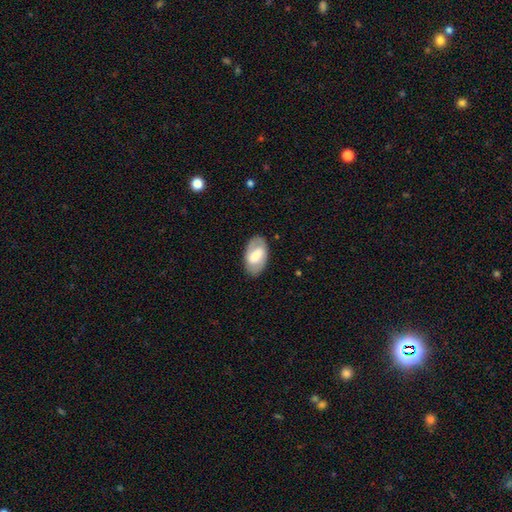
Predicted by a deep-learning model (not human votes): Overall: smooth (53%; featured or disk 41%). How rounded: in between (94%). Merging: none (83%).